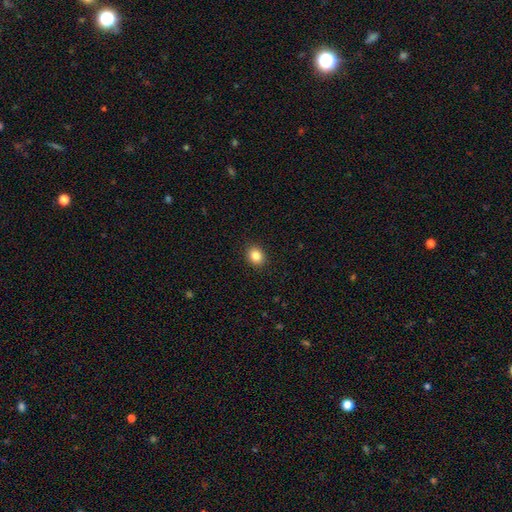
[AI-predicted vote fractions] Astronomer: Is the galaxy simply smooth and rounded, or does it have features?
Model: smooth — 85%.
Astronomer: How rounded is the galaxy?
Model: round — 65%.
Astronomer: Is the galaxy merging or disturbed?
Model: none — 91%.